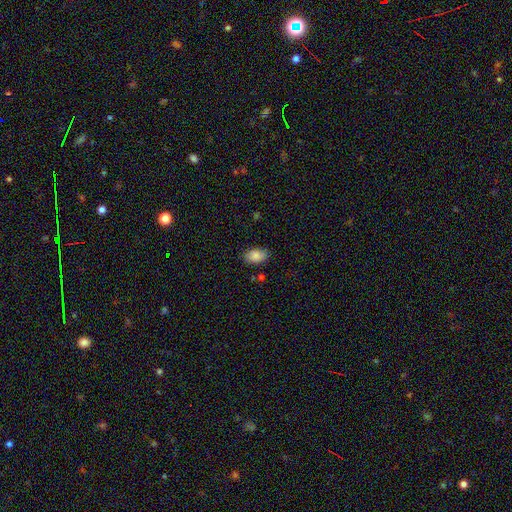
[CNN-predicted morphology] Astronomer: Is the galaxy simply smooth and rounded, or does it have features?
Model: smooth — 87%.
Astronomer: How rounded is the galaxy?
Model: in between — 91%.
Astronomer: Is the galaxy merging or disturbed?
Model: none — 83%.